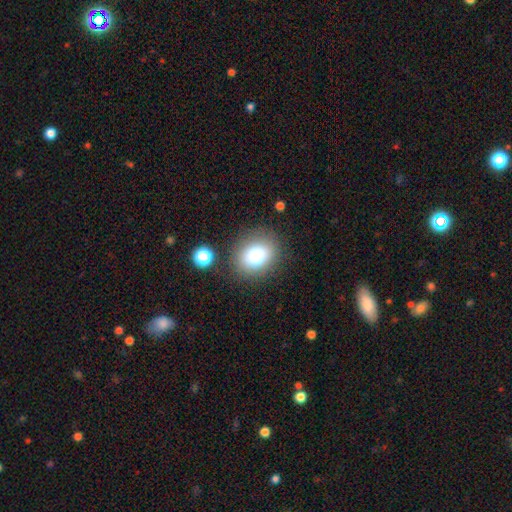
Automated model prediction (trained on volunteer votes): Smooth or featured? Predicted: smooth (p=0.81). How rounded? Predicted: round (p=0.51). Merging? Predicted: none (p=0.81).